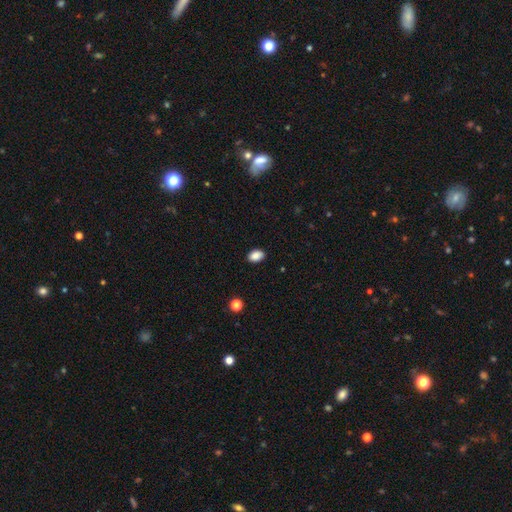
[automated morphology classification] Smooth or featured? smooth (88%)
How rounded? in between (83%)
Merging? none (89%)